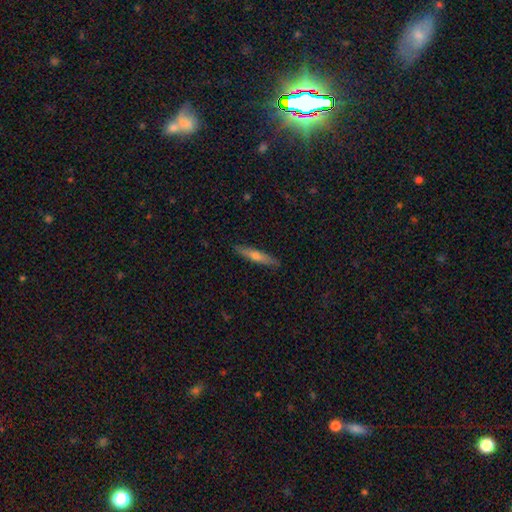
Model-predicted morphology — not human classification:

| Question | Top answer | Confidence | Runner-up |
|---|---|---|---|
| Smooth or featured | featured or disk | 49% | smooth (43%) |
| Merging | none | 90% | minor disturbance (7%) |